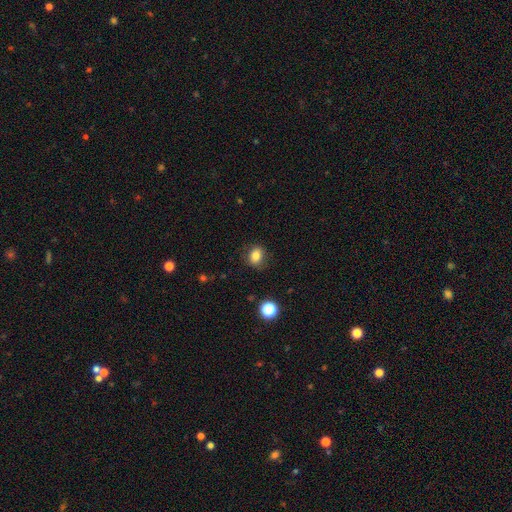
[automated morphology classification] Q: Smooth or featured?
A: smooth (81%); runner-up: star or artifact (11%)
Q: How rounded?
A: in between (54%); runner-up: round (45%)
Q: Merging?
A: none (80%); runner-up: minor disturbance (14%)